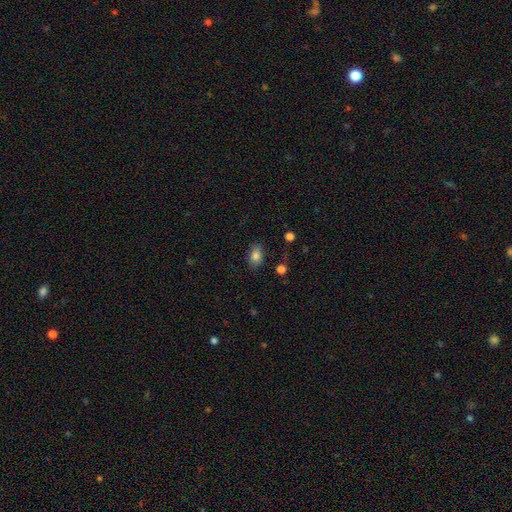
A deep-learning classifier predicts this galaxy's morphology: This is clearly a smooth galaxy (83%). How rounded: clearly in between (82%). Merging: likely none (79%).